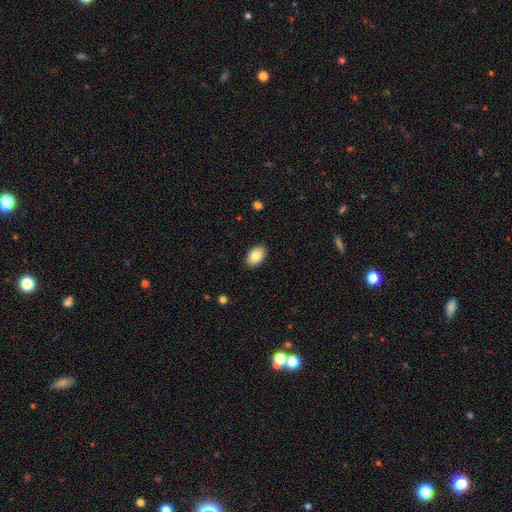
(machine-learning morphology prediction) Q: Smooth or featured?
A: smooth (84%); runner-up: featured or disk (9%)
Q: How rounded?
A: in between (89%); runner-up: round (10%)
Q: Merging?
A: none (89%); runner-up: minor disturbance (8%)